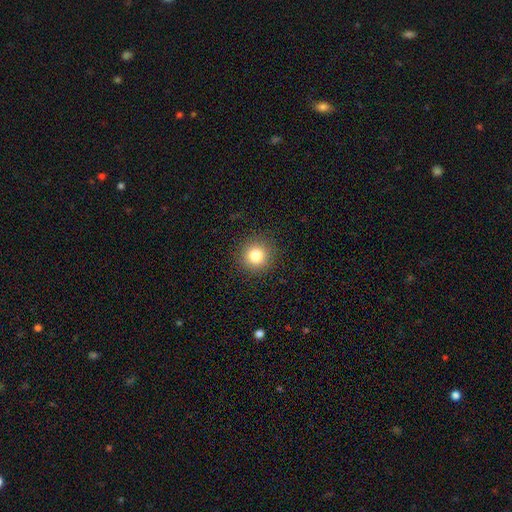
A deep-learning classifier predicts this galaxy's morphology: A smooth galaxy with no disk features (81%) that is round (95%).

Vote fractions:
- Smooth or featured? smooth: 81% / star or artifact: 12% / featured or disk: 7%
- How rounded? round: 95% / in between: 4% / cigar-shaped: 1%
- Merging? none: 91% / minor disturbance: 6% / major disturbance: 2% / merger: 1%